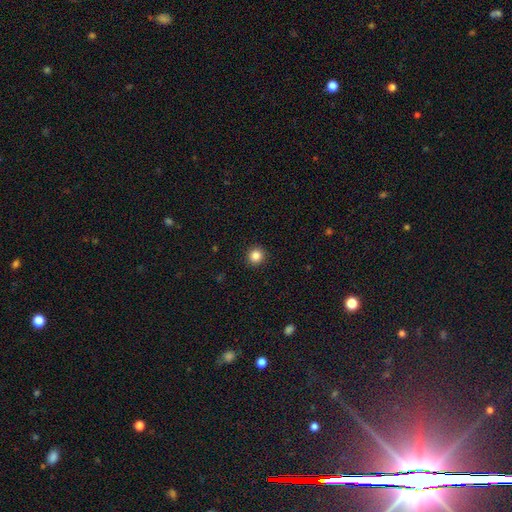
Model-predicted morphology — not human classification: The model was most divided on "smooth or featured": smooth: 85%, star or artifact: 11%, featured or disk: 4%. More confident: how rounded — round (94%); merging — none (93%).